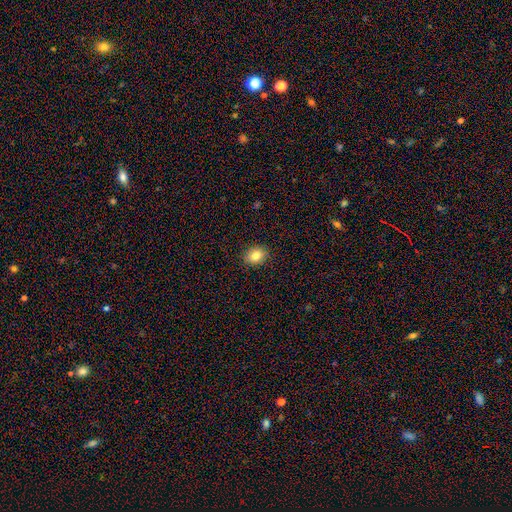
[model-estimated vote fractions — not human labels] This is clearly a smooth galaxy (82%). How rounded: possibly in between (51%). Merging: clearly none (88%).